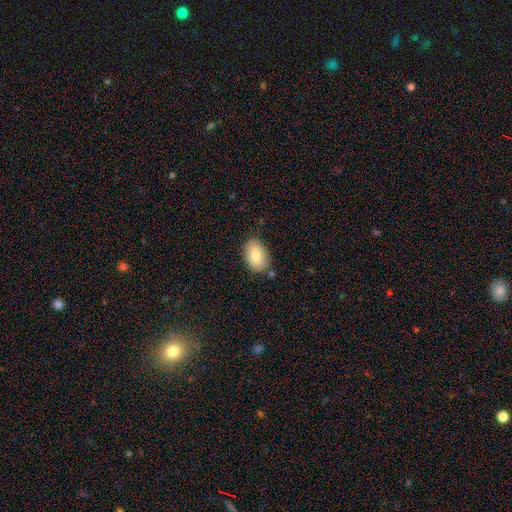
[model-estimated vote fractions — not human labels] Q: Smooth or featured?
A: smooth (80%); runner-up: featured or disk (14%)
Q: How rounded?
A: in between (89%); runner-up: round (10%)
Q: Merging?
A: none (81%); runner-up: minor disturbance (14%)